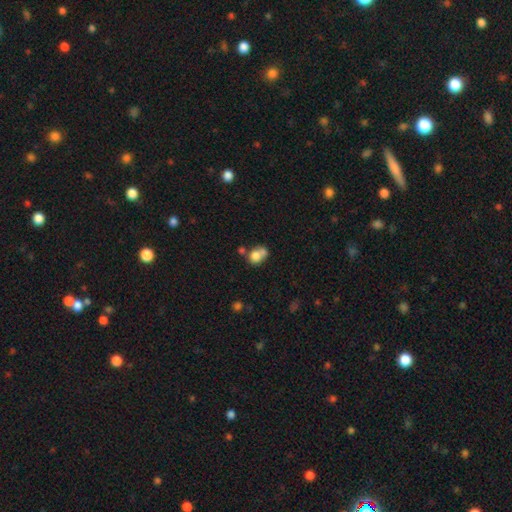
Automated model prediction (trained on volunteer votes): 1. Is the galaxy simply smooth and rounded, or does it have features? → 75% smooth, 15% featured or disk, 10% star or artifact.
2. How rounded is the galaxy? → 50% in between, 48% round, 1% cigar-shaped.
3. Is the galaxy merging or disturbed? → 44% merger, 30% none, 16% minor disturbance, 10% major disturbance.